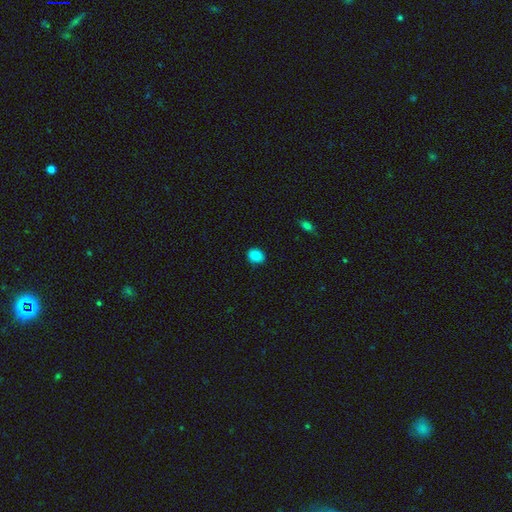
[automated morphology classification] A smooth galaxy with no disk features (87%) that is round (56%).

Vote fractions:
- Smooth or featured? smooth: 87% / star or artifact: 9% / featured or disk: 4%
- How rounded? round: 56% / in between: 43% / cigar-shaped: 1%
- Merging? none: 87% / minor disturbance: 10% / major disturbance: 2% / merger: 1%